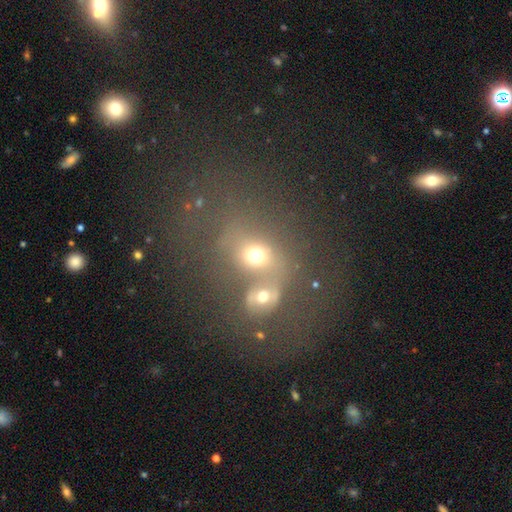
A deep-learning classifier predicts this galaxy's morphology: smooth 63%, featured or disk 19%, star or artifact 18%. Down the decision tree: how rounded — round (61%); merging — merger (51%).